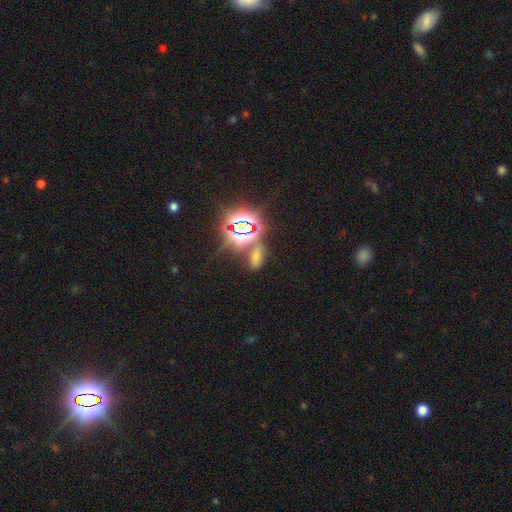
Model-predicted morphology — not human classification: A star or artifact, not a galaxy (59%).

Vote fractions:
- Smooth or featured? star or artifact: 59% / smooth: 30% / featured or disk: 11%